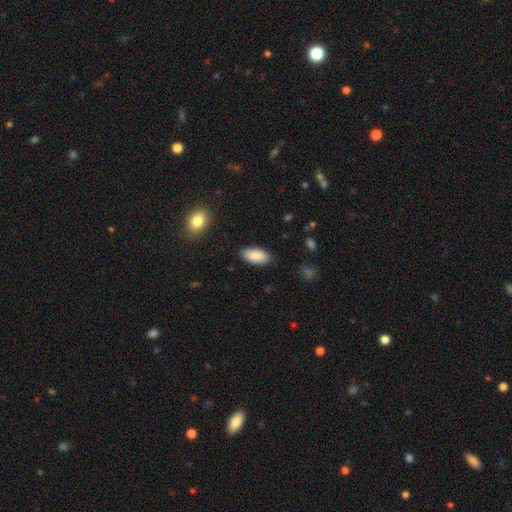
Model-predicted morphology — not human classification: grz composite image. It shows a smooth galaxy with no disk features (88%) that is in between round and cigar-shaped (91%). Merging: none (87%).